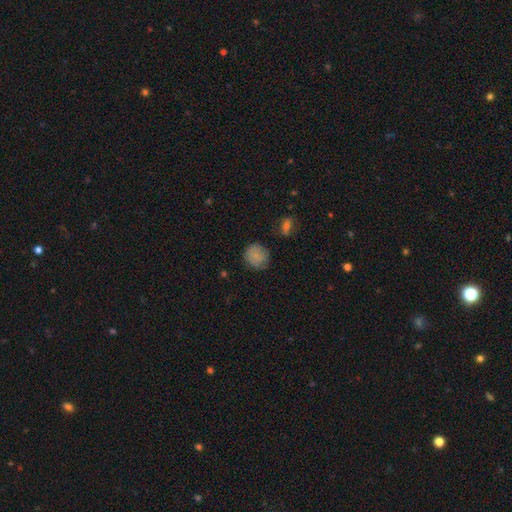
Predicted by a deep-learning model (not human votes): Overall: smooth (78%). How rounded: round (83%). Merging: none (71%).